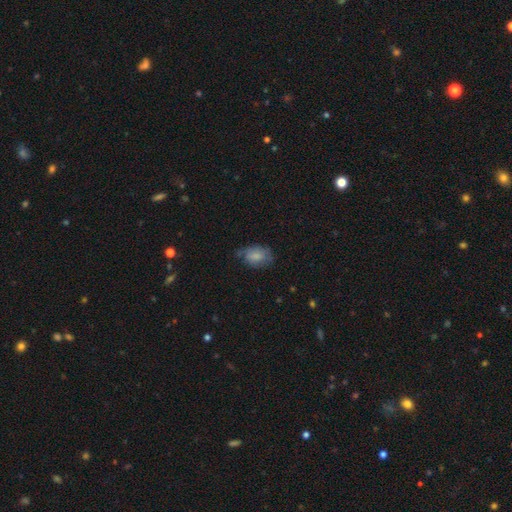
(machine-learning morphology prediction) This appears to be a smooth galaxy with no disk features (75%) that is in between round and cigar-shaped (79%). Merging: none (52%).